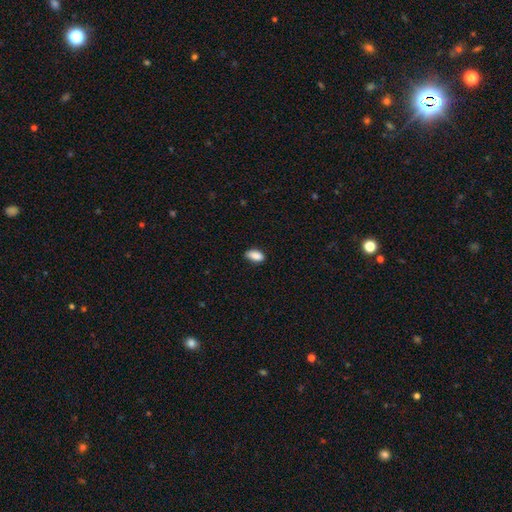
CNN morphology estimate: Smooth or featured? Predicted: smooth (p=0.88). How rounded? Predicted: in between (p=0.91). Merging? Predicted: none (p=0.80).